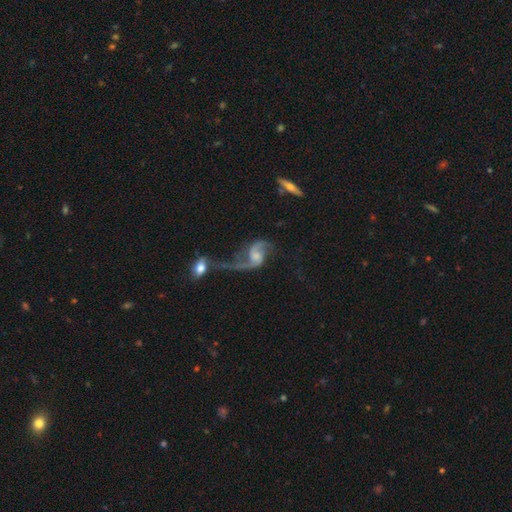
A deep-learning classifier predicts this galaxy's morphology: A featured or disk galaxy (87%) with no bar (52%), 2 (90%) loose (75%) spiral arms (95%) and a small central bulge (36%).

Vote fractions:
- Smooth or featured? featured or disk: 87% / smooth: 7% / star or artifact: 6%
- Edge-on disk? no: 97% / yes: 3%
- Bar? no: 52% / weak: 39% / strong: 8%
- Spiral arms? yes: 95% / no: 5%
- Spiral winding? loose: 75% / medium: 21% / tight: 5%
- Spiral arm count? 2: 90% / 1: 5% / can't tell: 2% / 3: 1% / 4: 1% / more than 4: 1%
- Bulge size? small: 36% / moderate: 35% / none: 18% / large: 8% / dominant: 2%
- Merging? merger: 34% / none: 28% / major disturbance: 25% / minor disturbance: 13%